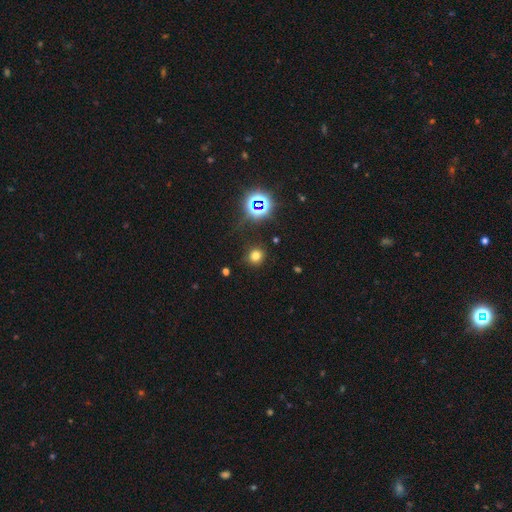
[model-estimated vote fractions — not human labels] smooth_or_featured: smooth (p=0.71) [alt: star or artifact p=0.22]
how_rounded: round (p=0.87) [alt: in between p=0.12]
merging: none (p=0.87) [alt: minor disturbance p=0.08]